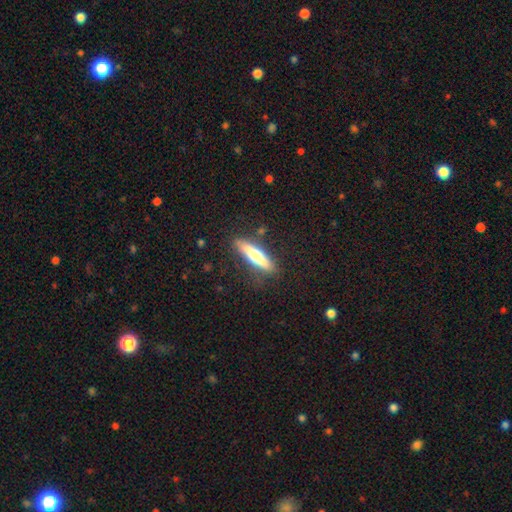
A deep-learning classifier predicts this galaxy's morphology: Smooth or featured: smooth — 56% (featured or disk — 38%)
How rounded: cigar-shaped — 80% (in between — 19%)
Merging: none — 82% (minor disturbance — 13%)